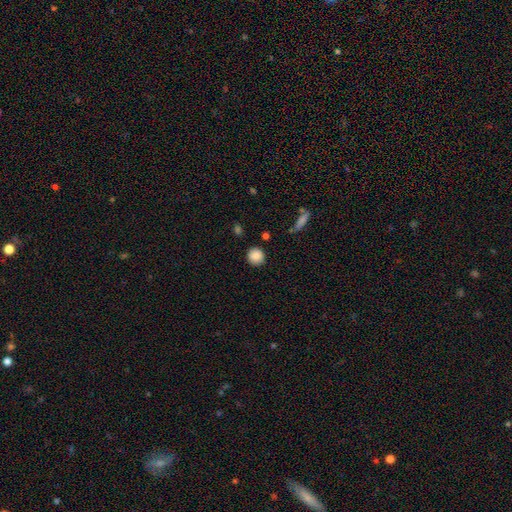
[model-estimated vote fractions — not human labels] smooth-or-featured: smooth: 88% | star or artifact: 8% | featured or disk: 4%
  how-rounded: round: 90% | in between: 9% | cigar-shaped: 1%
  merging: none: 86% | minor disturbance: 9% | major disturbance: 2% | merger: 2%